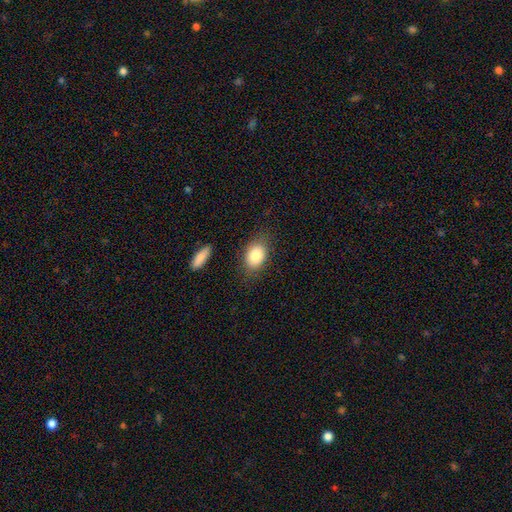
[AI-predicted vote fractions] smooth_or_featured: smooth (p=0.82) [alt: featured or disk p=0.10]
how_rounded: in between (p=0.77) [alt: round p=0.21]
merging: none (p=0.78) [alt: minor disturbance p=0.14]